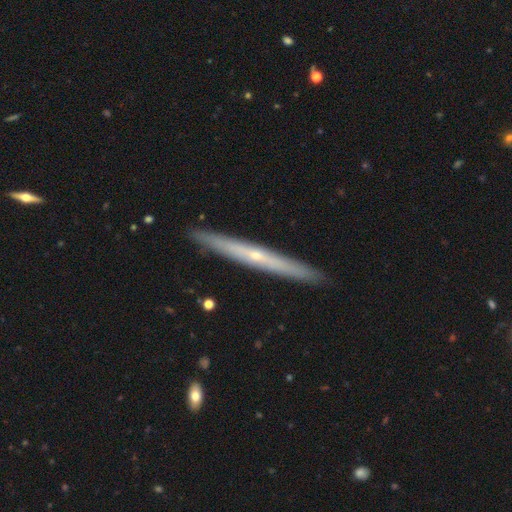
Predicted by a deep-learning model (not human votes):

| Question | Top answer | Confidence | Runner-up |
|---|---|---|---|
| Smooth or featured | featured or disk | 71% | smooth (23%) |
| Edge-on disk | yes | 96% | no (4%) |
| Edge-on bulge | rounded | 56% | none (42%) |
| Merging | none | 92% | minor disturbance (6%) |